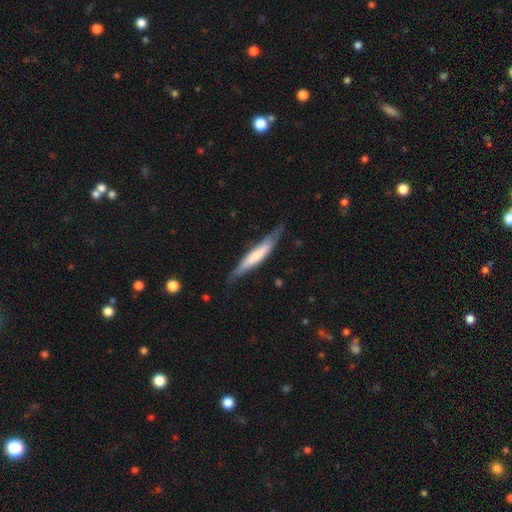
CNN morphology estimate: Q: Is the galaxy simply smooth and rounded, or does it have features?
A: smooth — 52%.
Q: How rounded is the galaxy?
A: cigar-shaped — 91%.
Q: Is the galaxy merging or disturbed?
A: none — 70%.